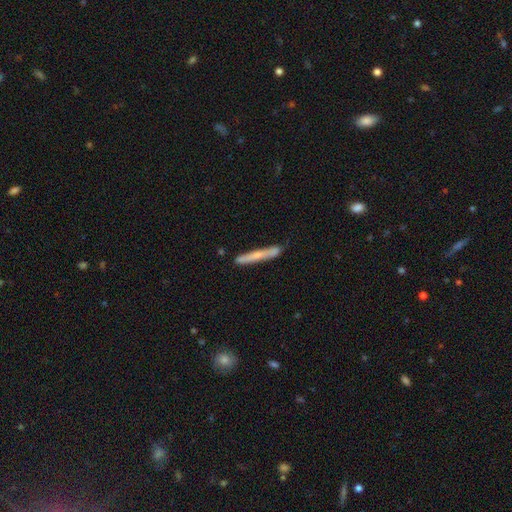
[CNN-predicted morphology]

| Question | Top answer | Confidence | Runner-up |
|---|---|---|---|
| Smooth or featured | smooth | 58% | featured or disk (36%) |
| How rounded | cigar-shaped | 95% | in between (3%) |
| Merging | none | 78% | minor disturbance (16%) |